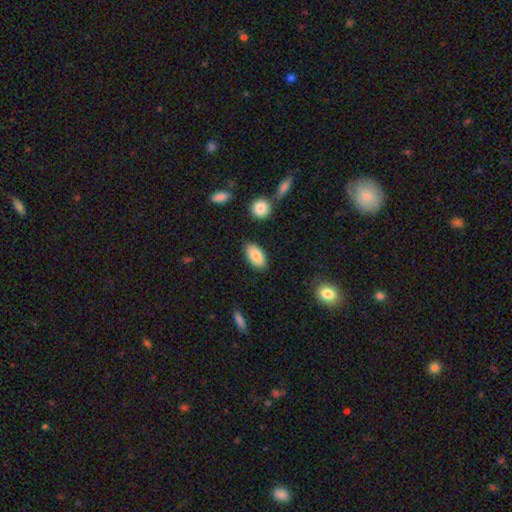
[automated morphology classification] This appears to be a smooth galaxy with no disk features (85%) that is in between round and cigar-shaped (93%). Merging: none (85%).